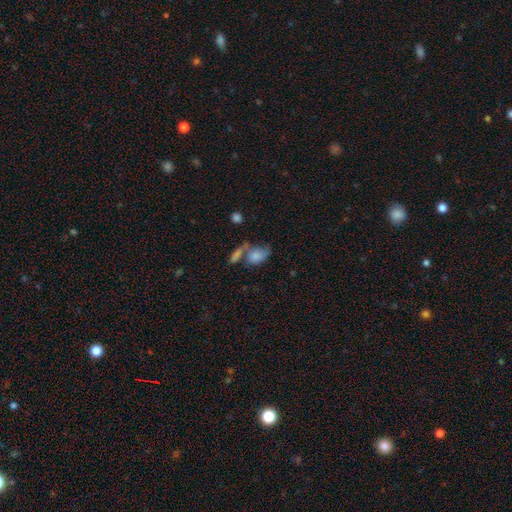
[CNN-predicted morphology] smooth 72%, featured or disk 19%, star or artifact 8%. Down the decision tree: how rounded — in between (83%); merging — merger (41%).